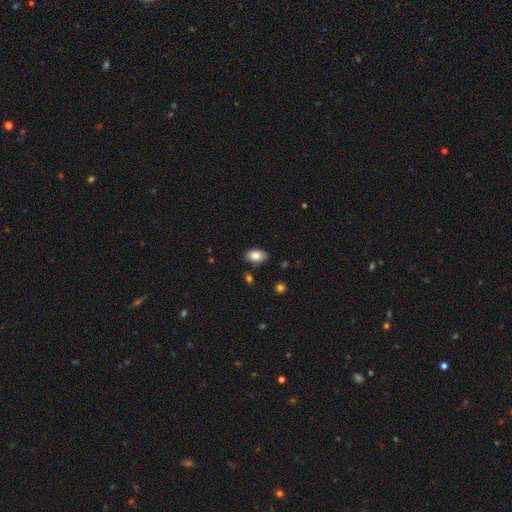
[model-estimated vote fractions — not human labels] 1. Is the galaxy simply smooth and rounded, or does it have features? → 85% smooth, 8% featured or disk, 7% star or artifact.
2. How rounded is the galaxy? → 90% in between, 8% round, 1% cigar-shaped.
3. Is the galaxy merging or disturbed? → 81% none, 14% minor disturbance, 3% major disturbance, 2% merger.